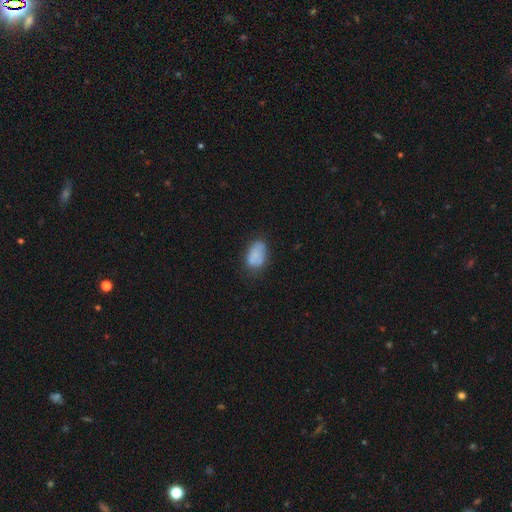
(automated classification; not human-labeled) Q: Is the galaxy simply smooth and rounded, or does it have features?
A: smooth — 73%.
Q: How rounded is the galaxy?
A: in between — 88%.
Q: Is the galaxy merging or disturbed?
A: none — 55%.